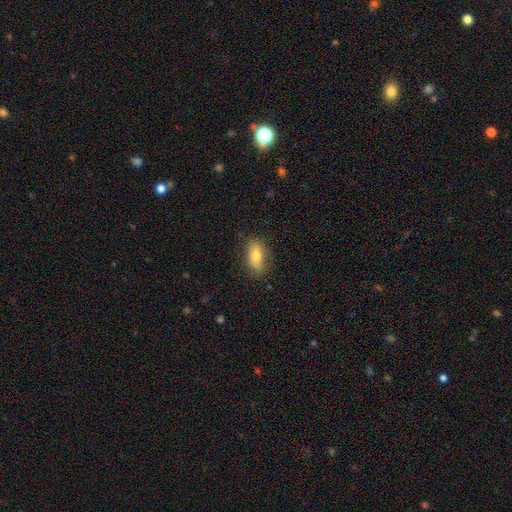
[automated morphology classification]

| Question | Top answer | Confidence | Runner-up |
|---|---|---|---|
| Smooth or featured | smooth | 72% | featured or disk (20%) |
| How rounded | in between | 83% | cigar-shaped (11%) |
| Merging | none | 83% | minor disturbance (13%) |